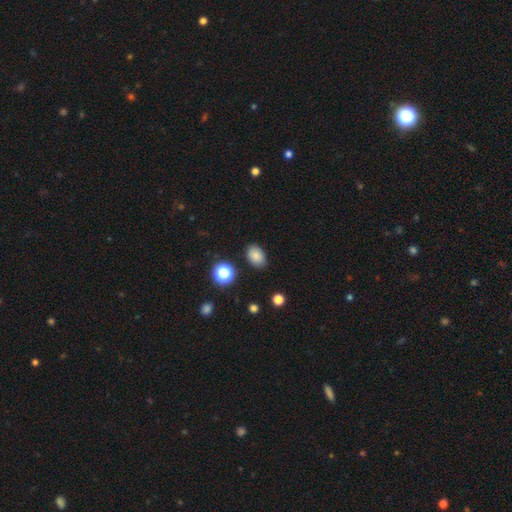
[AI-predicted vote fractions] smooth_or_featured: smooth (p=0.83) [alt: star or artifact p=0.12]
how_rounded: in between (p=0.80) [alt: round p=0.19]
merging: none (p=0.85) [alt: minor disturbance p=0.11]